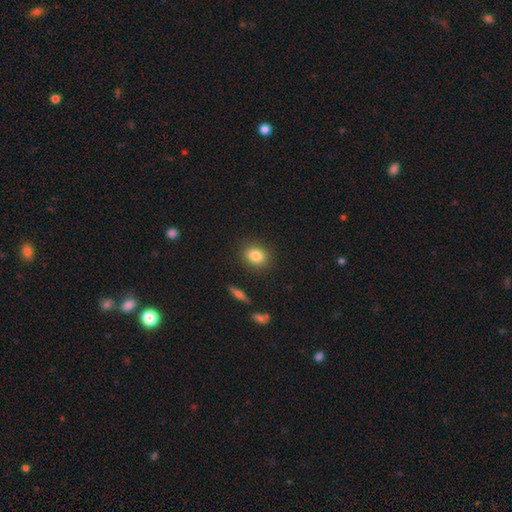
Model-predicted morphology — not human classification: Q: Smooth or featured?
A: smooth (83%); runner-up: star or artifact (10%)
Q: How rounded?
A: round (51%); runner-up: in between (47%)
Q: Merging?
A: none (88%); runner-up: minor disturbance (8%)